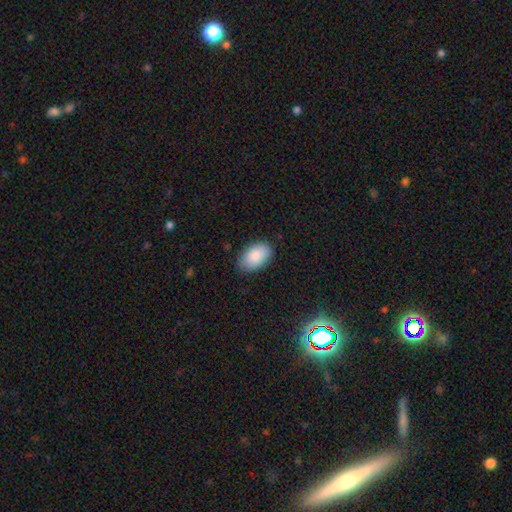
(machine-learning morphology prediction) Smooth or featured?
  - smooth: 88% *
  - star or artifact: 6%
  - featured or disk: 6%
How rounded?
  - in between: 94% *
  - round: 5%
  - cigar-shaped: 1%
Merging?
  - none: 83% *
  - minor disturbance: 13%
  - major disturbance: 2%
  - merger: 1%